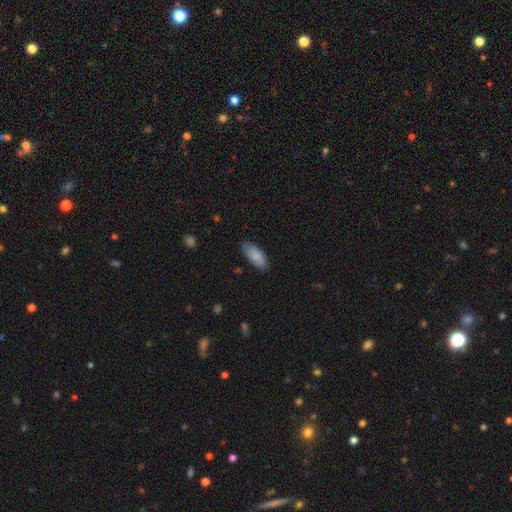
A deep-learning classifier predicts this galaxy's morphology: smooth-or-featured: smooth: 83% | featured or disk: 11% | star or artifact: 6%
  how-rounded: in between: 87% | cigar-shaped: 11% | round: 2%
  merging: none: 81% | minor disturbance: 15% | major disturbance: 3% | merger: 1%